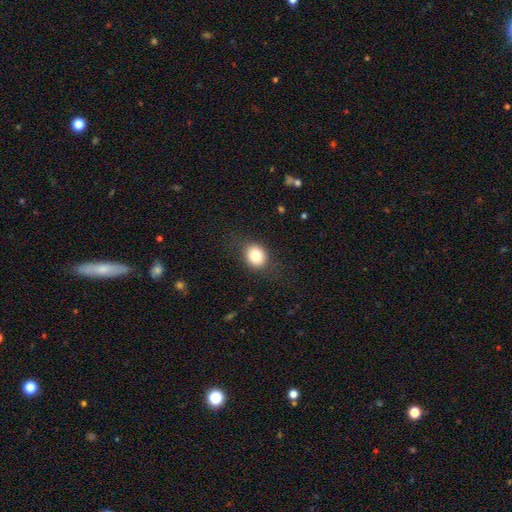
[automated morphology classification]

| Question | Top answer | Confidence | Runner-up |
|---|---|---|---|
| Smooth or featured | smooth | 79% | featured or disk (10%) |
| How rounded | round | 63% | in between (36%) |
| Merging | none | 82% | minor disturbance (12%) |